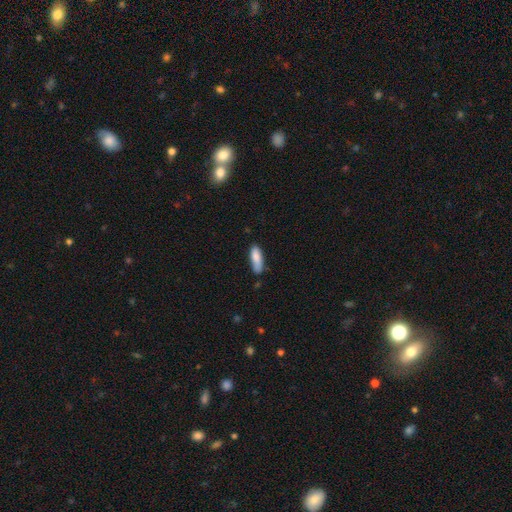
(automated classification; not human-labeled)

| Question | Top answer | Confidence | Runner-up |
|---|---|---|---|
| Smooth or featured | smooth | 84% | featured or disk (10%) |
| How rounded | cigar-shaped | 50% | in between (49%) |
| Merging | none | 69% | minor disturbance (24%) |